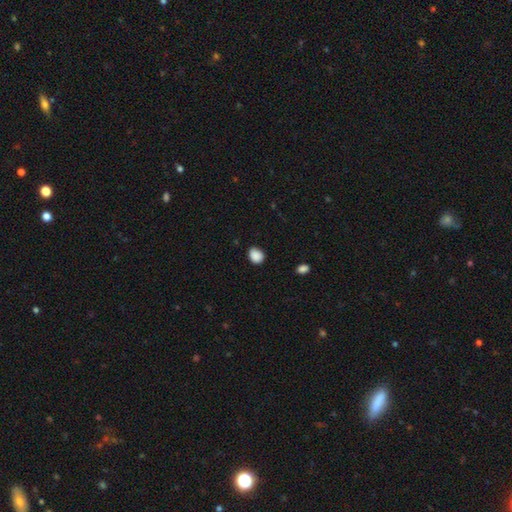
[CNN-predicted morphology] Smooth or featured? smooth (89%)
How rounded? in between (52%)
Merging? none (81%)